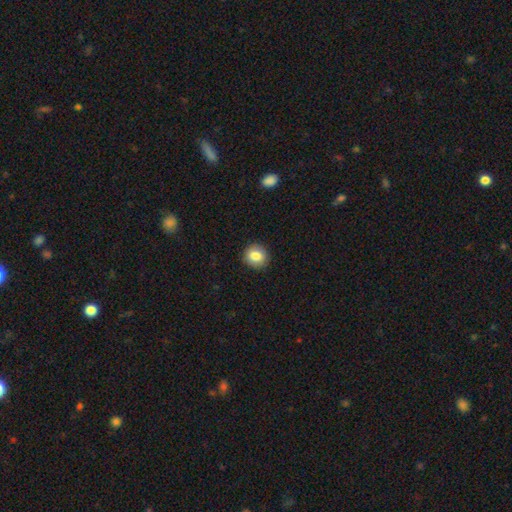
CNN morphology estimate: Smooth or featured? smooth (84%)
How rounded? round (85%)
Merging? none (90%)